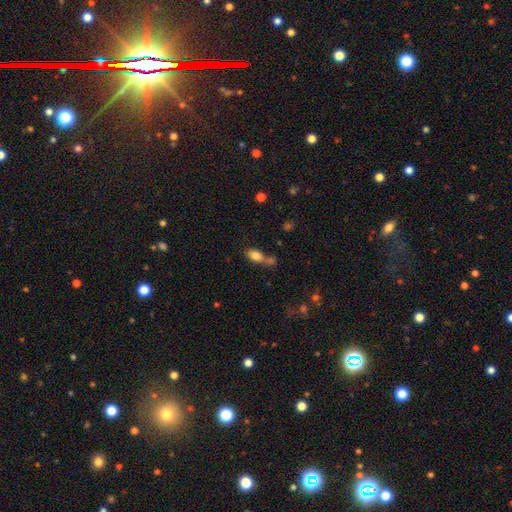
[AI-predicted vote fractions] smooth_or_featured: smooth (p=0.80) [alt: featured or disk p=0.11]
how_rounded: in between (p=0.85) [alt: round p=0.08]
merging: none (p=0.41) [alt: merger p=0.37]